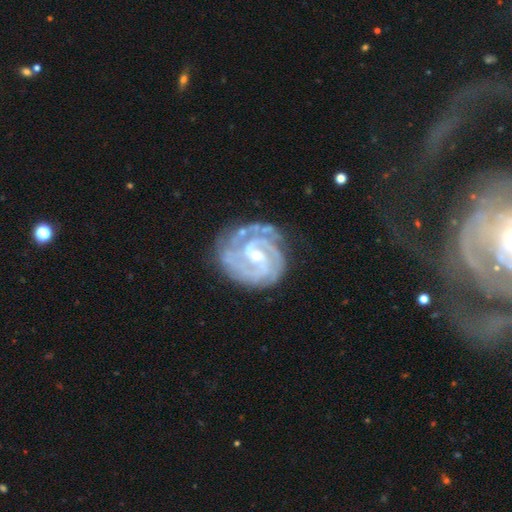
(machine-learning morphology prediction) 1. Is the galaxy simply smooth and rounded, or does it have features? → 90% featured or disk, 5% smooth, 5% star or artifact.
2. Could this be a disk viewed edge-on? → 98% no, 2% yes.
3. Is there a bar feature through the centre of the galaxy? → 52% weak, 30% no, 18% strong.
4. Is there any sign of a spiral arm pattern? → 98% yes, 2% no.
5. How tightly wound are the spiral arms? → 66% tight, 30% medium, 4% loose.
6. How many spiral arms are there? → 48% 2, 24% 3, 14% can't tell, 6% 4, 4% 1, 4% more than 4.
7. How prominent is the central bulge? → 57% small, 38% moderate, 3% none, 2% large, 1% dominant.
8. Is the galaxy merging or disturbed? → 72% none, 18% minor disturbance, 7% major disturbance, 2% merger.